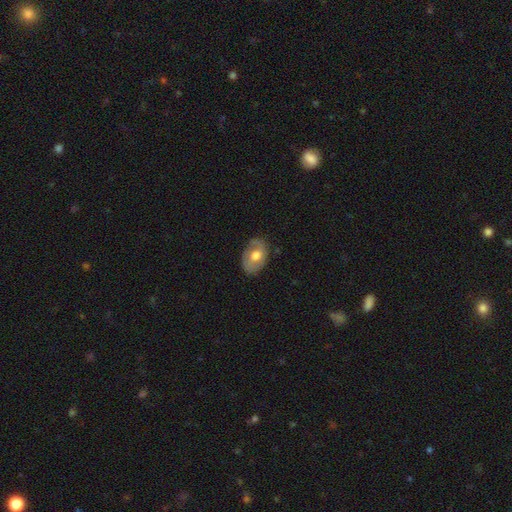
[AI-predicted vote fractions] Smooth or featured?
  - smooth: 53% *
  - featured or disk: 41%
  - star or artifact: 6%
How rounded?
  - in between: 79% *
  - round: 19%
  - cigar-shaped: 1%
Merging?
  - none: 75% *
  - minor disturbance: 19%
  - major disturbance: 5%
  - merger: 1%